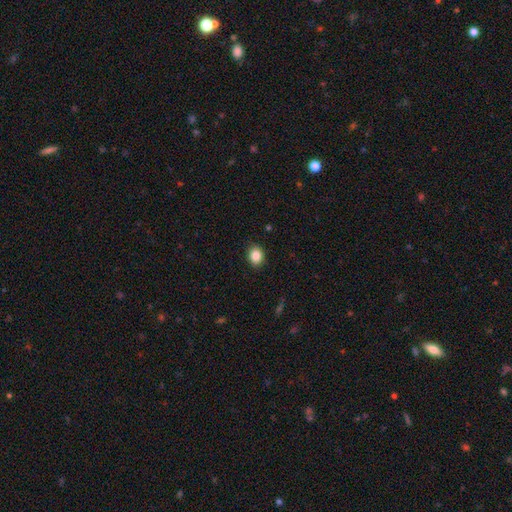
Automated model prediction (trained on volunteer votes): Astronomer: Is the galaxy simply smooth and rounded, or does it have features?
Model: smooth — 87%.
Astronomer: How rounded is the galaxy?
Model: in between — 52% (runner-up: round, 47%).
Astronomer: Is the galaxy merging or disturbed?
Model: none — 89%.